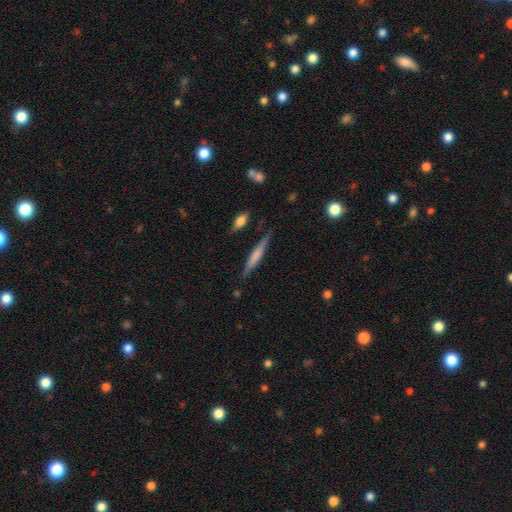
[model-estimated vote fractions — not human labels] Overall: smooth (51%; featured or disk 43%). How rounded: cigar-shaped (92%). Merging: none (83%).